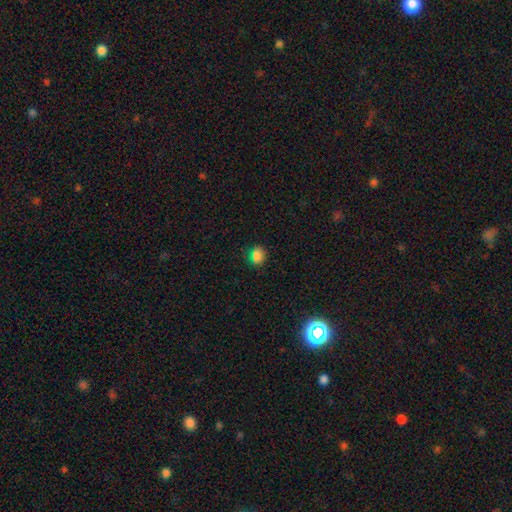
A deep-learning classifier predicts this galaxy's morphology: A smooth galaxy with no disk features (78%) that is round (68%). Merging: none (84%).